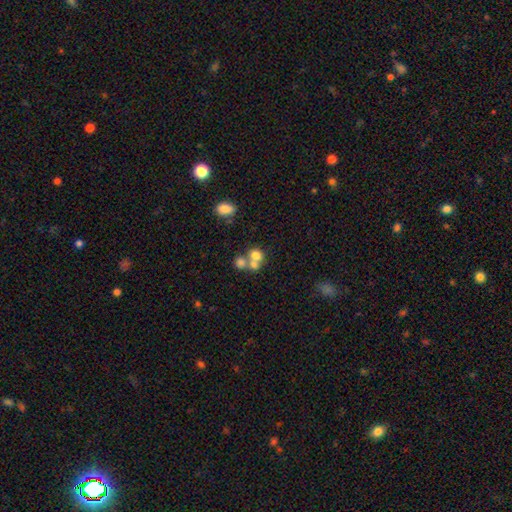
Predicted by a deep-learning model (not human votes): A smooth galaxy with no disk features (68%) that is round (70%). Merging: merger (59%).